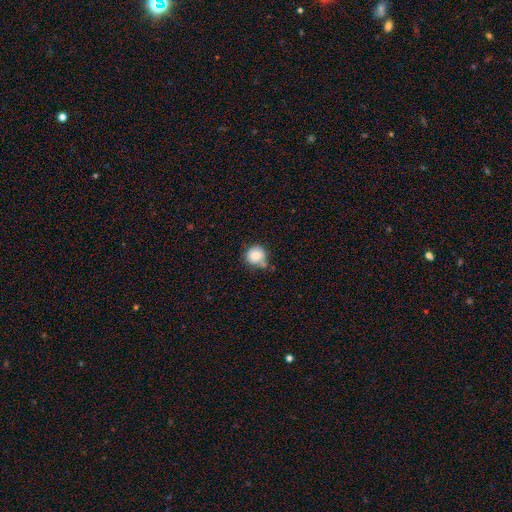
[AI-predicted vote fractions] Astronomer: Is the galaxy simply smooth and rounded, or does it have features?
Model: smooth — 82%.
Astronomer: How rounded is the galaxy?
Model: round — 89%.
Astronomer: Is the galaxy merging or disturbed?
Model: none — 62%.